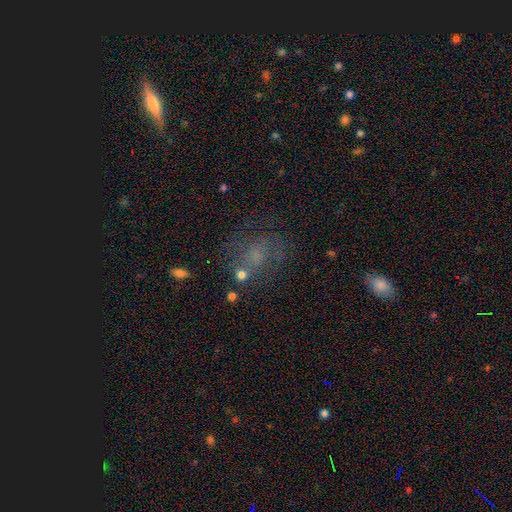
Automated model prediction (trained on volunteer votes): A featured or disk galaxy (38%, tied with smooth).

Vote fractions:
- Smooth or featured? featured or disk: 38% (tied) / smooth: 38% (tied) / star or artifact: 24%
- Merging? none: 57% / minor disturbance: 19% / major disturbance: 18% / merger: 6%